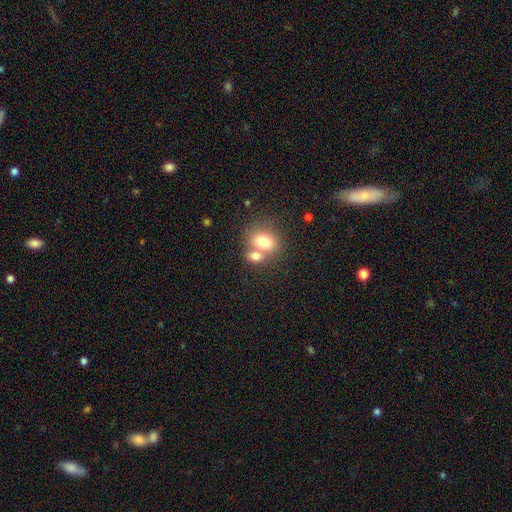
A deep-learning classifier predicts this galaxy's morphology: A smooth galaxy with no disk features (75%) that is in between round and cigar-shaped (54%). Merging: merger (55%).